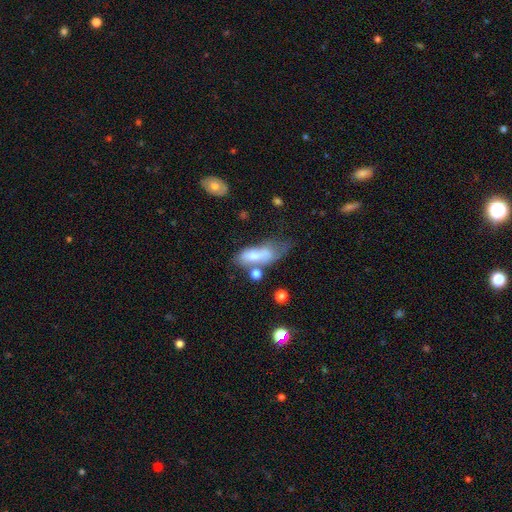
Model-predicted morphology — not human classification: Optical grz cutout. It shows a smooth galaxy with no disk features (64%) that is in between round and cigar-shaped (74%). Merging: merger (28%).